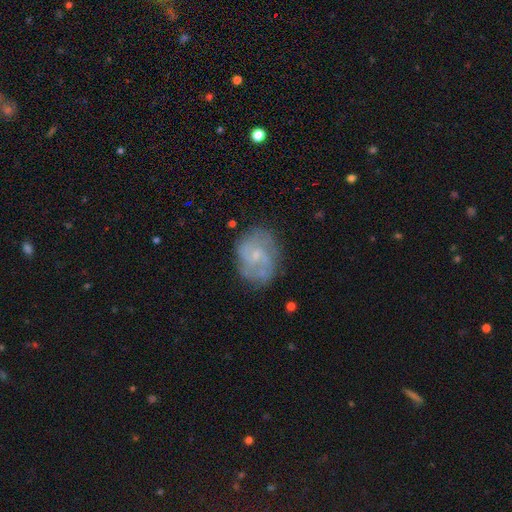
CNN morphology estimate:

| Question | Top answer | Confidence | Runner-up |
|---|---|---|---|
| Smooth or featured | featured or disk | 67% | smooth (25%) |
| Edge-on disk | no | 98% | yes (2%) |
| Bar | no | 62% | weak (34%) |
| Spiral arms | yes | 78% | no (22%) |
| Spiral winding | medium | 44% | tight (33%) |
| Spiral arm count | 2 | 38% | can't tell (34%) |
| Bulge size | small | 68% | moderate (20%) |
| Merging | none | 67% | minor disturbance (21%) |